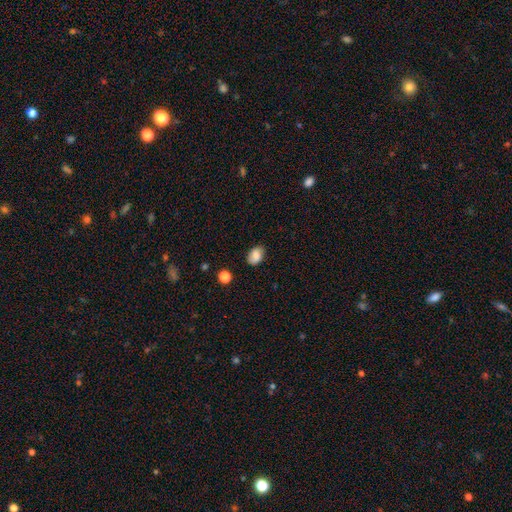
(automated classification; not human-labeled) A smooth galaxy with no disk features (76%) that is in between round and cigar-shaped (82%).

Vote fractions:
- Smooth or featured? smooth: 76% / featured or disk: 14% / star or artifact: 9%
- How rounded? in between: 82% / round: 17% / cigar-shaped: 1%
- Merging? none: 78% / minor disturbance: 16% / major disturbance: 3% / merger: 2%